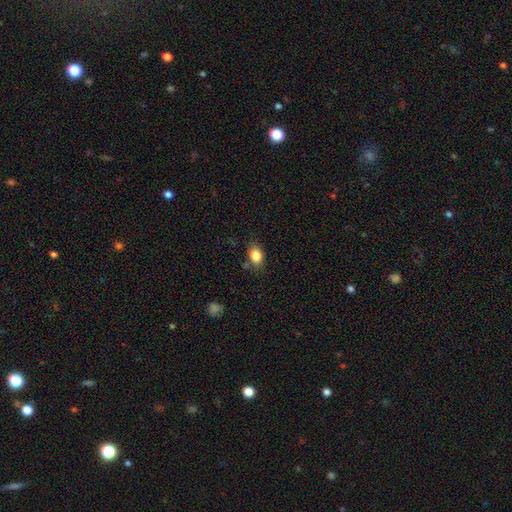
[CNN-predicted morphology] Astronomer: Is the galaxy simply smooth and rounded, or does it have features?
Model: smooth — 84%.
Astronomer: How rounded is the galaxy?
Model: in between — 70%.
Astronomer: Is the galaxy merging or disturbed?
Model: none — 76%.